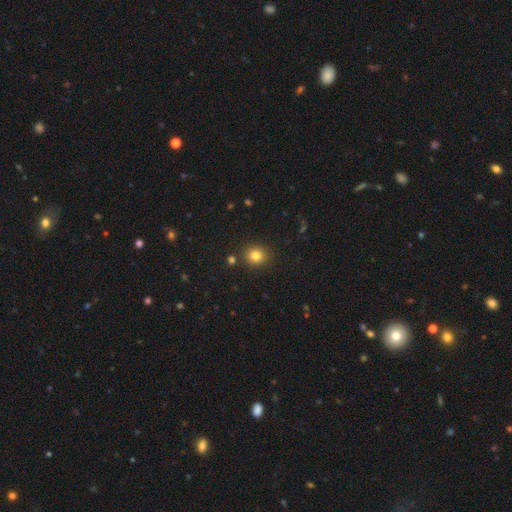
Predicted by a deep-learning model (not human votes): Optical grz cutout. It shows a smooth galaxy with no disk features (81%) that is round (81%). Merging: none (87%).